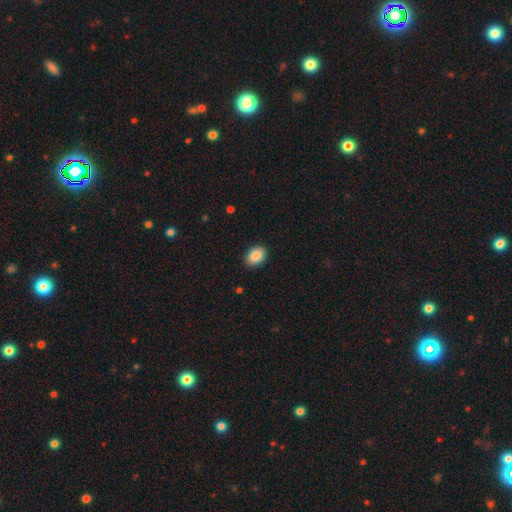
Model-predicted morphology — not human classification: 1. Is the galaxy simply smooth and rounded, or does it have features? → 88% smooth, 7% star or artifact, 4% featured or disk.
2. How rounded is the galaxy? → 74% in between, 25% round, 1% cigar-shaped.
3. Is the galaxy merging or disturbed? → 89% none, 8% minor disturbance, 2% major disturbance, 1% merger.